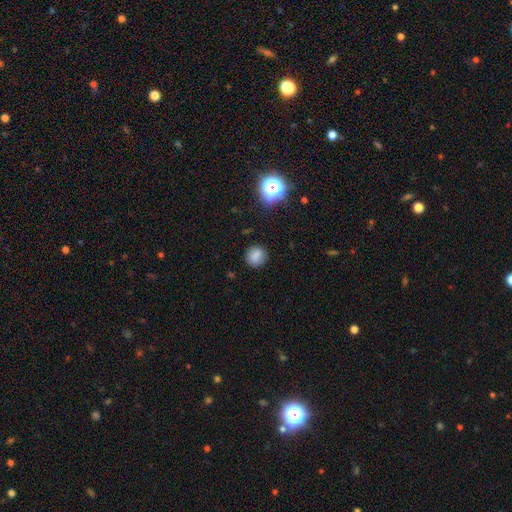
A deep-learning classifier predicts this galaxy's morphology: Smooth or featured?
  - smooth: 81% *
  - star or artifact: 14%
  - featured or disk: 6%
How rounded?
  - round: 85% *
  - in between: 14%
  - cigar-shaped: 1%
Merging?
  - none: 86% *
  - minor disturbance: 10%
  - major disturbance: 3%
  - merger: 1%